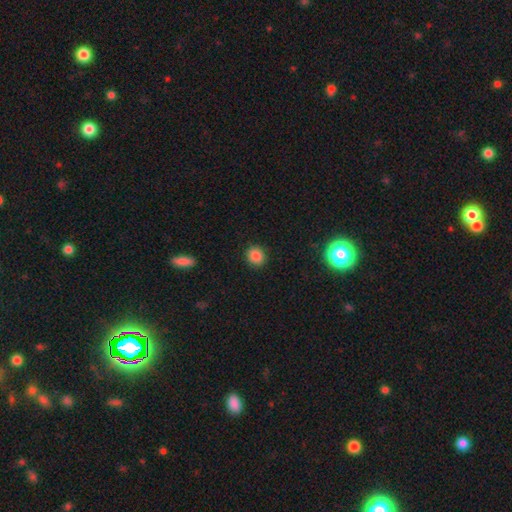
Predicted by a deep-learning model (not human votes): This appears to be a smooth galaxy with no disk features (85%) that is round (77%). Merging: none (90%).